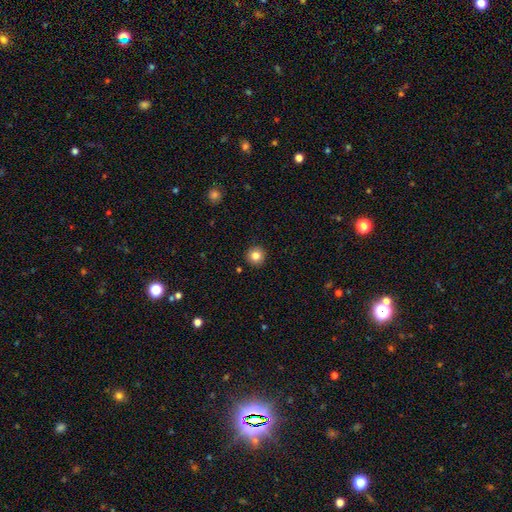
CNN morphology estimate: Smooth or featured? smooth (83%)
How rounded? round (95%)
Merging? none (93%)